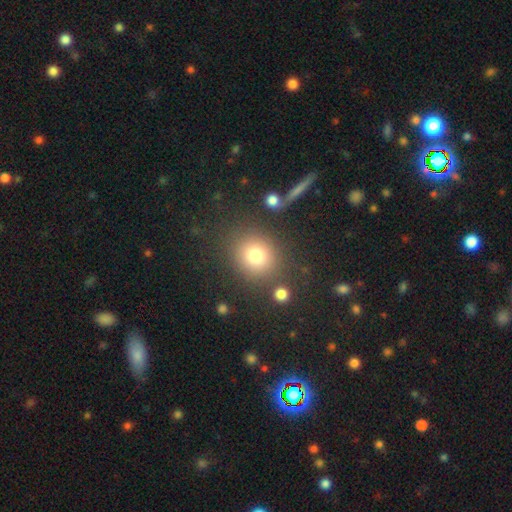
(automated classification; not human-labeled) This is likely a smooth galaxy (77%). How rounded: clearly round (82%). Merging: likely none (80%).